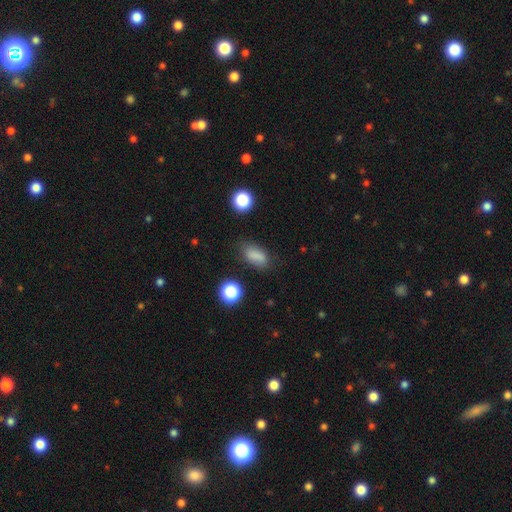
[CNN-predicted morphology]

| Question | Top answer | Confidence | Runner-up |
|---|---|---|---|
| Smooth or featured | smooth | 80% | star or artifact (12%) |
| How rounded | in between | 83% | cigar-shaped (9%) |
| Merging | none | 73% | minor disturbance (18%) |